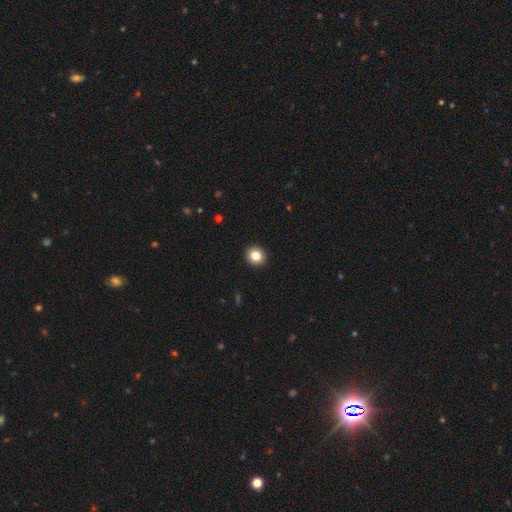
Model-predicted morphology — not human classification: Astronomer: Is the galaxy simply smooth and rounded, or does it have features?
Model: smooth — 83%.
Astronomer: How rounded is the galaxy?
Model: round — 90%.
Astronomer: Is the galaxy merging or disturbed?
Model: none — 93%.